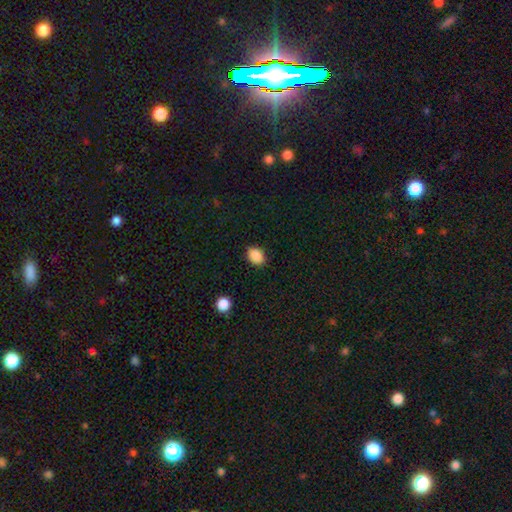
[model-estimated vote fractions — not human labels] Smooth or featured? smooth (88%)
How rounded? in between (67%)
Merging? none (86%)